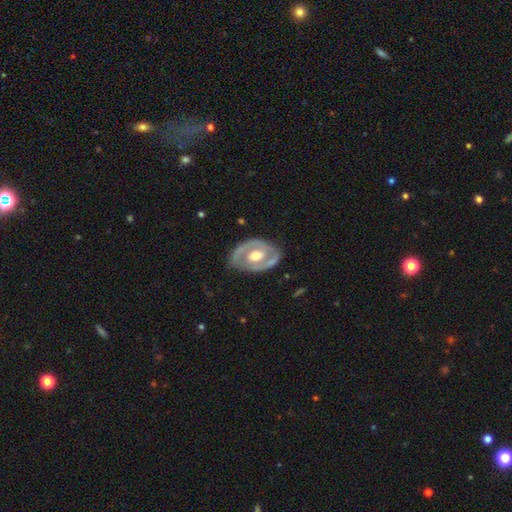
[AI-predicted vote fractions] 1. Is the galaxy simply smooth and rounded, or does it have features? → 76% featured or disk, 20% smooth, 4% star or artifact.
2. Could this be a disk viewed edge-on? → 94% no, 6% yes.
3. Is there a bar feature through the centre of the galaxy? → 54% no, 32% weak, 14% strong.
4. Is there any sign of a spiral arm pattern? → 57% yes, 43% no.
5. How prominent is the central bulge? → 68% moderate, 22% large, 8% small, 1% dominant, 1% none.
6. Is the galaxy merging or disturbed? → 77% none, 17% minor disturbance, 5% major disturbance, 1% merger.